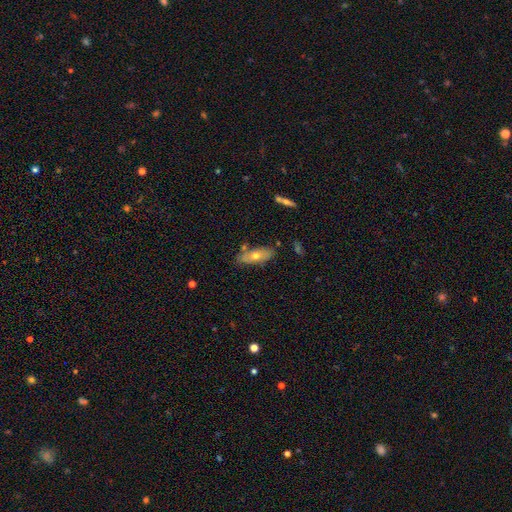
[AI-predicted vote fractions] Smooth or featured: smooth — 56% (featured or disk — 36%)
How rounded: in between — 70% (cigar-shaped — 27%)
Merging: none — 76% (minor disturbance — 15%)